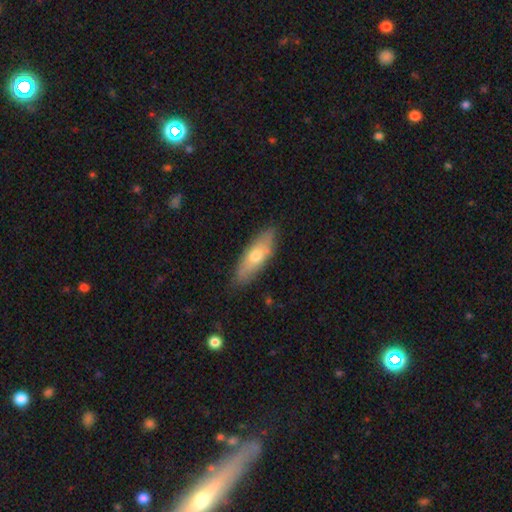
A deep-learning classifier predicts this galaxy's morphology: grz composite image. It shows a smooth galaxy with no disk features (59%) that is in between round and cigar-shaped (55%). Merging: none (84%).